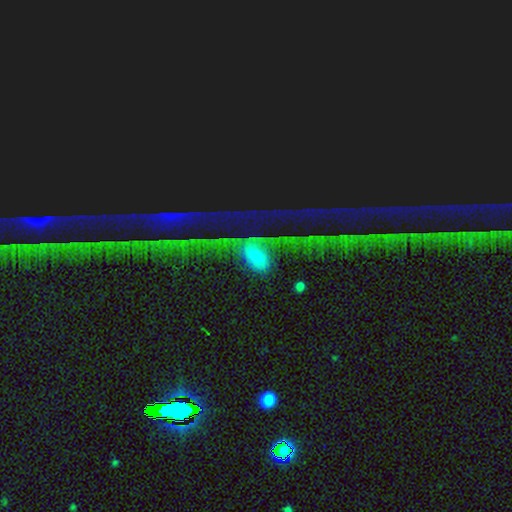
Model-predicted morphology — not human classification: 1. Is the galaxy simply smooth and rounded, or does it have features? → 40% featured or disk, 39% smooth, 21% star or artifact.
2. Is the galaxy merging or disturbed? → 42% major disturbance, 33% none, 18% minor disturbance, 8% merger.